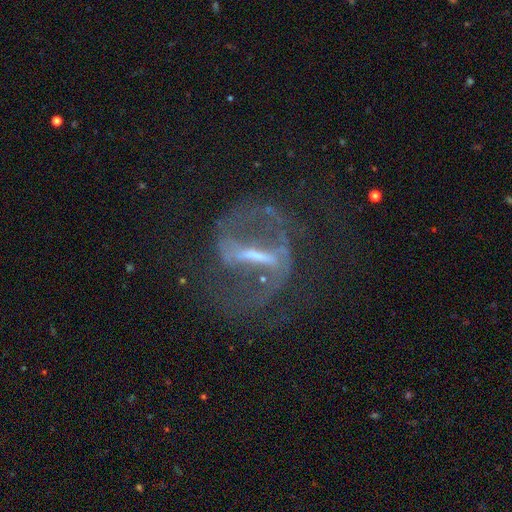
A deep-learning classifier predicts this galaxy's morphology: Smooth or featured? featured or disk (82%)
Edge-on disk? no (92%)
Bar? strong (76%)
Spiral arms? yes (77%)
Spiral winding? medium (43%)
Spiral arm count? 2 (84%)
Bulge size? small (41%)
Merging? none (54%)